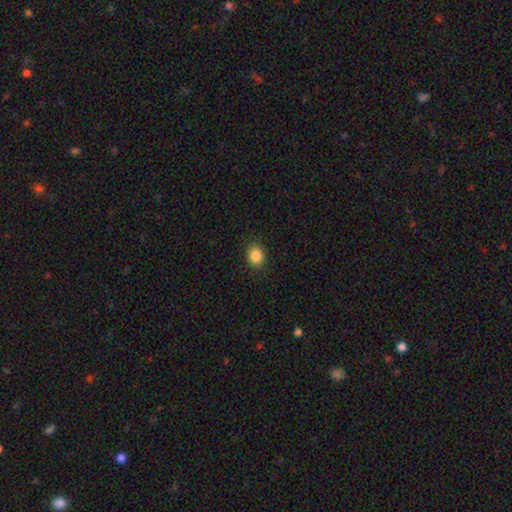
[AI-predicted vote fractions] This appears to be a smooth galaxy with no disk features (87%) that is round (57%). Merging: none (89%).